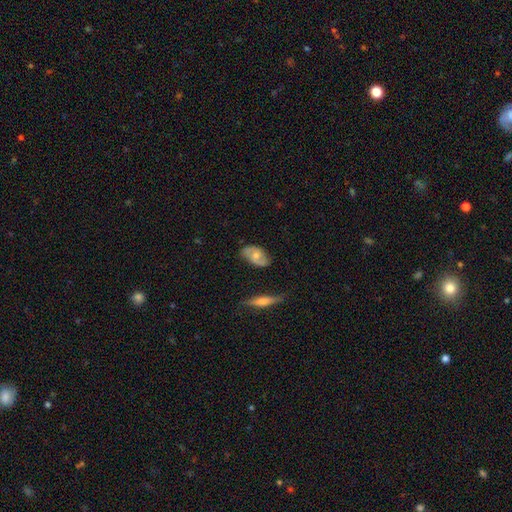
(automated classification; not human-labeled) featured or disk 58%, smooth 35%, star or artifact 7%. Down the decision tree: edge-on disk — no (90%); bar — no (67%); spiral arms — yes (81%); bulge size — moderate (53%); merging — none (74%).